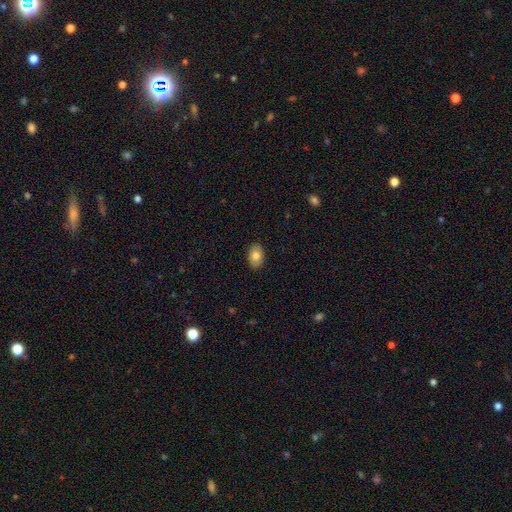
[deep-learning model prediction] This appears to be a smooth galaxy with no disk features (81%) that is in between round and cigar-shaped (89%). Merging: none (89%).